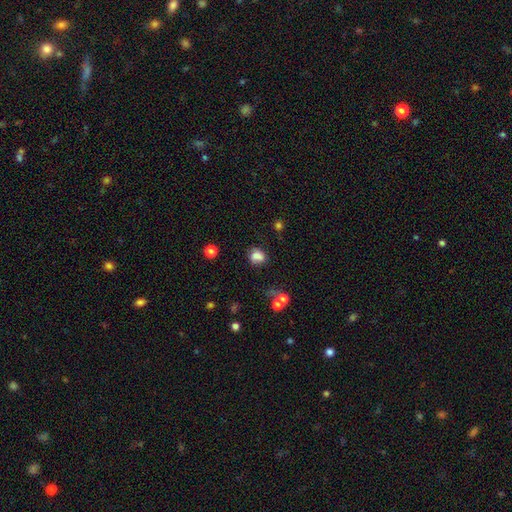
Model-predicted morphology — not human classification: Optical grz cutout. It shows a smooth galaxy with no disk features (77%) that is round (52%). Merging: none (56%).